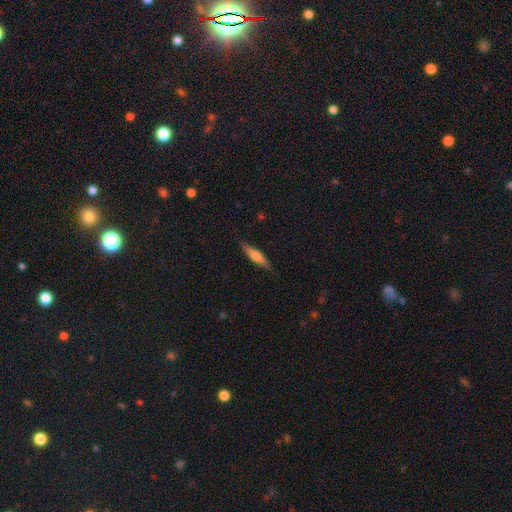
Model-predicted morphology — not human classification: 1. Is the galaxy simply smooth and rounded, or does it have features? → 60% smooth, 34% featured or disk, 6% star or artifact.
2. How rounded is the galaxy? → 78% cigar-shaped, 21% in between, 2% round.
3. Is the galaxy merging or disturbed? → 86% none, 11% minor disturbance, 2% major disturbance, 1% merger.